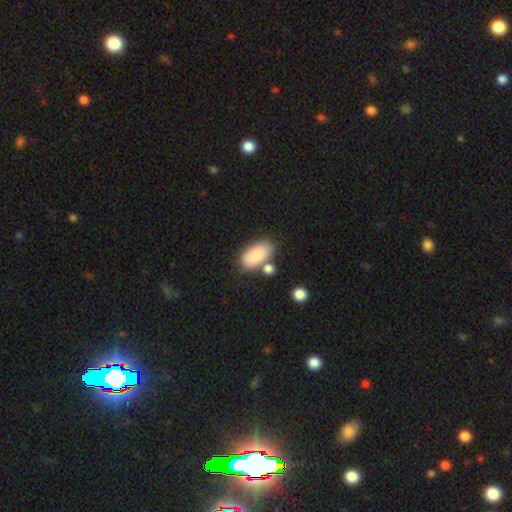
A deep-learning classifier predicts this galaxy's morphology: Smooth or featured? smooth (84%)
How rounded? in between (94%)
Merging? none (61%)